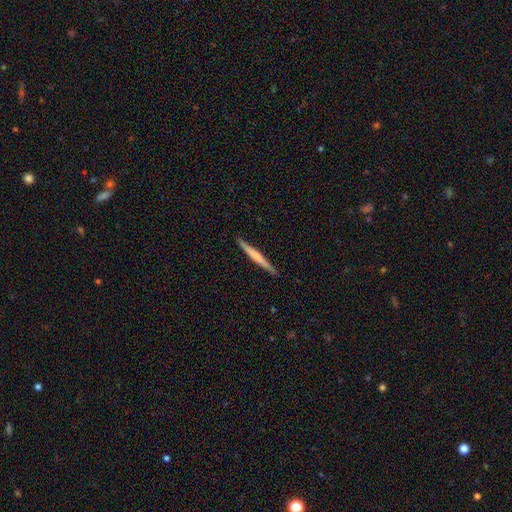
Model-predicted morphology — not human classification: featured or disk 49%, smooth 46%, star or artifact 5%. Down the decision tree: merging — none (91%).